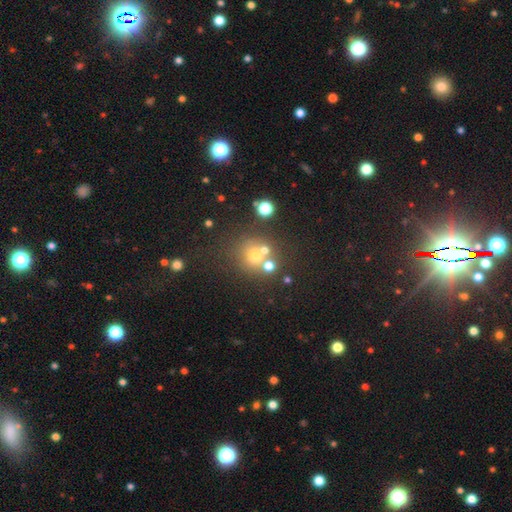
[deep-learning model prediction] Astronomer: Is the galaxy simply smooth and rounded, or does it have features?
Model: smooth — 61%.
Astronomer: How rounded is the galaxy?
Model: round — 87%.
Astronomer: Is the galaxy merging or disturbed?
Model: none — 59%.